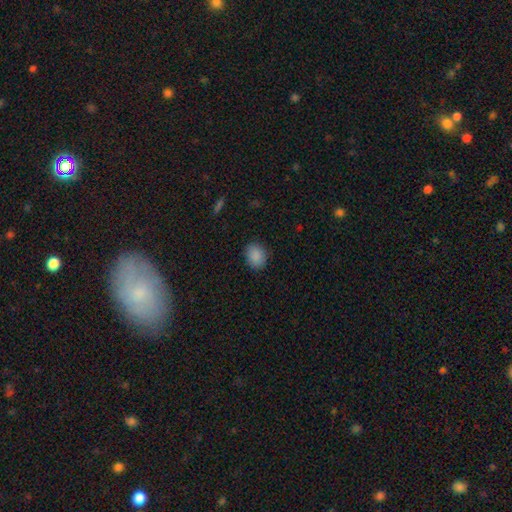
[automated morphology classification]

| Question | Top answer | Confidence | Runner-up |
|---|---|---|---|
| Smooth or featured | smooth | 88% | star or artifact (8%) |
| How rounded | round | 51% | in between (48%) |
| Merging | none | 85% | minor disturbance (11%) |